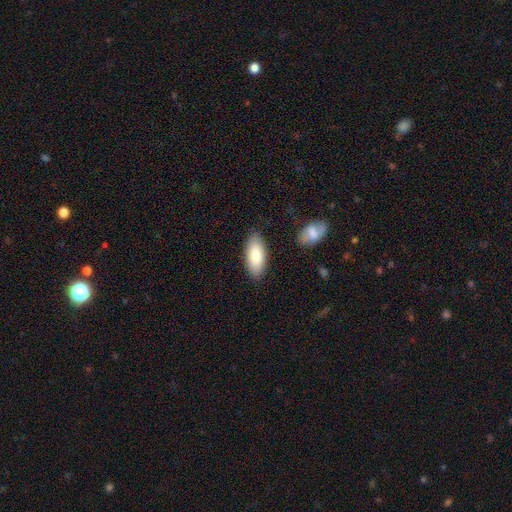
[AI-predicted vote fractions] smooth 82%, featured or disk 12%, star or artifact 6%. Down the decision tree: how rounded — in between (86%); merging — none (85%).